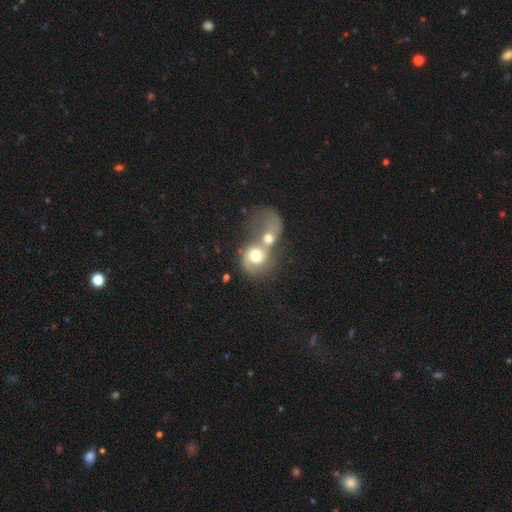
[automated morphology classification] Smooth or featured: star or artifact — 37% (smooth — 32%)